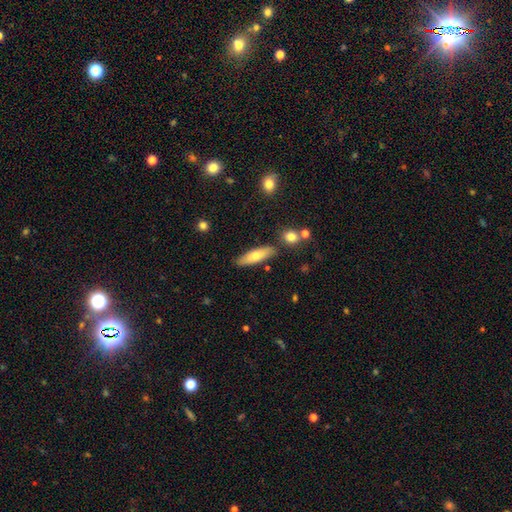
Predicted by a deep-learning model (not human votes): Smooth or featured? Predicted: smooth (p=0.67). How rounded? Predicted: cigar-shaped (p=0.53). Merging? Predicted: none (p=0.80).